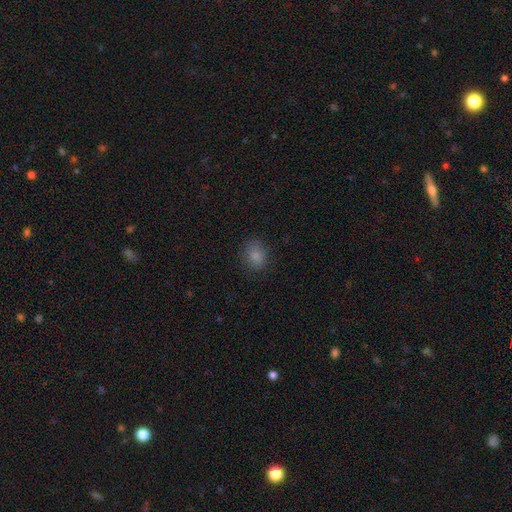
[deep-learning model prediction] This appears to be a smooth galaxy with no disk features (84%) that is round (57%). Merging: none (83%).